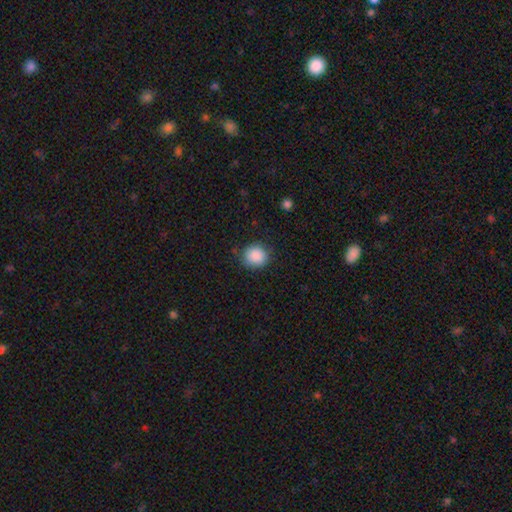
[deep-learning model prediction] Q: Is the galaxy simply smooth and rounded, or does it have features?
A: smooth — 89%.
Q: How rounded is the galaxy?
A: round — 80%.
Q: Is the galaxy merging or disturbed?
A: none — 83%.